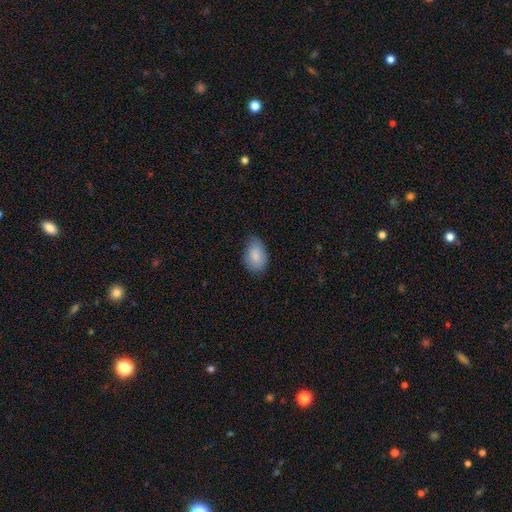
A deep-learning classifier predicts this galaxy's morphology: type=smooth (87%); roundness=in between (91%); merging=none (69%).